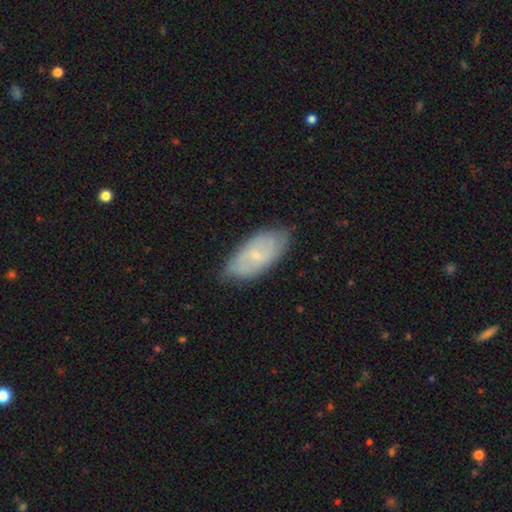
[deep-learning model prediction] Smooth or featured: featured or disk — 48% (smooth — 45%)
Merging: none — 76% (minor disturbance — 19%)